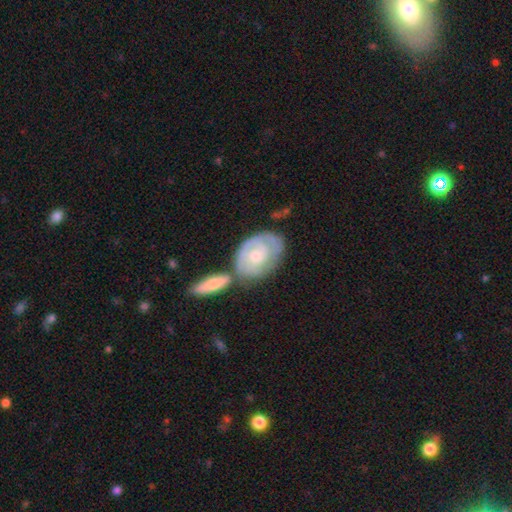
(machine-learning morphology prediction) A featured or disk galaxy (64%) with no bar (79%), spiral arms (71%) and a moderate central bulge (47%).

Vote fractions:
- Smooth or featured? featured or disk: 64% / smooth: 30% / star or artifact: 5%
- Edge-on disk? no: 94% / yes: 6%
- Bar? no: 79% / weak: 18% / strong: 3%
- Spiral arms? yes: 71% / no: 29%
- Bulge size? moderate: 47% / small: 46% / large: 4% / none: 2% / dominant: 1%
- Merging? none: 45% / merger: 27% / minor disturbance: 20% / major disturbance: 9%